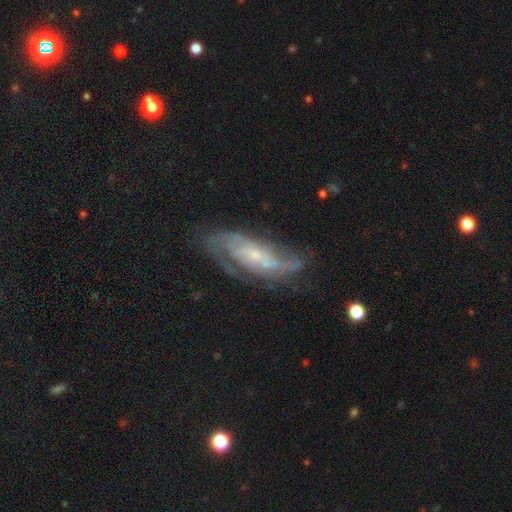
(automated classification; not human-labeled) Smooth or featured: featured or disk — 78% (smooth — 15%)
Edge-on disk: no — 87% (yes — 13%)
Bar: no — 53% (weak — 35%)
Spiral arms: yes — 89% (no — 11%)
Spiral winding: medium — 43% (tight — 37%)
Spiral arm count: 2 — 43% (can't tell — 33%)
Bulge size: small — 62% (moderate — 23%)
Merging: none — 59% (minor disturbance — 23%)